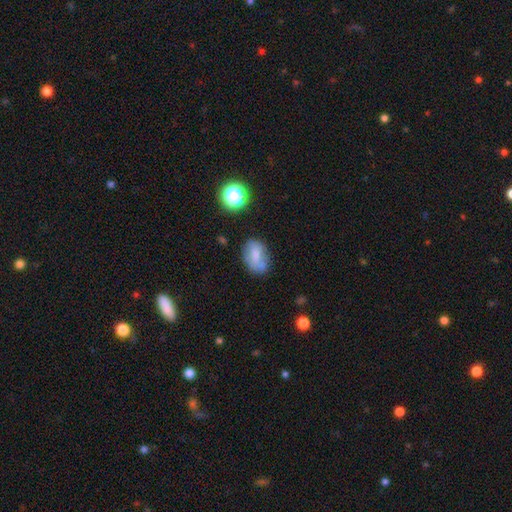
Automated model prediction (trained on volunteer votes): Q: Smooth or featured?
A: smooth (66%); runner-up: featured or disk (23%)
Q: How rounded?
A: in between (81%); runner-up: round (17%)
Q: Merging?
A: none (56%); runner-up: minor disturbance (25%)